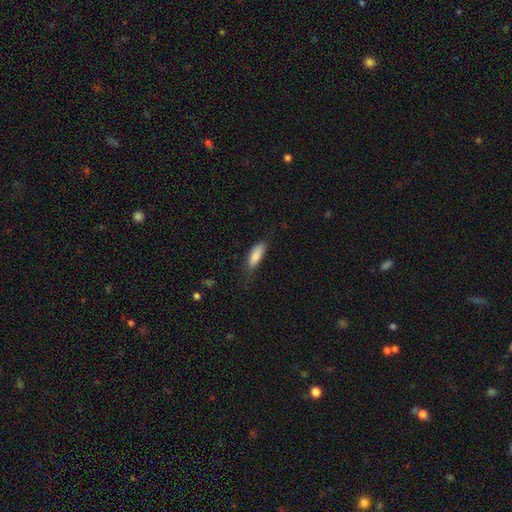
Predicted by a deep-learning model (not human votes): Smooth or featured: smooth — 86% (featured or disk — 8%)
How rounded: in between — 63% (cigar-shaped — 35%)
Merging: none — 66% (minor disturbance — 26%)